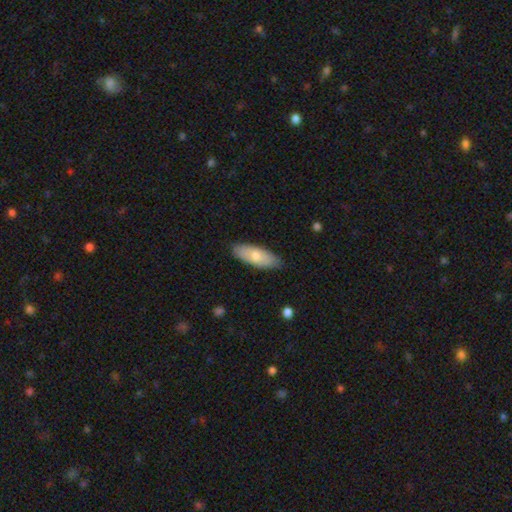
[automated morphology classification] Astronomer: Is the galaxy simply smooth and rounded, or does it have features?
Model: smooth — 71%.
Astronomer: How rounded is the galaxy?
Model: in between — 72%.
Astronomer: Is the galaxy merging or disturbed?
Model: none — 85%.